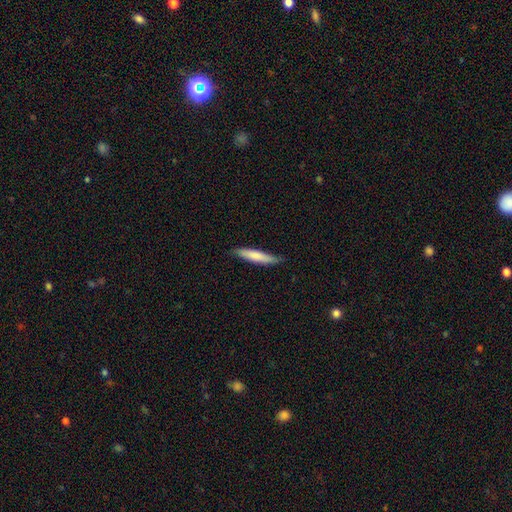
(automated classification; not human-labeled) This is likely a smooth galaxy (75%). How rounded: clearly cigar-shaped (87%). Merging: clearly none (82%).